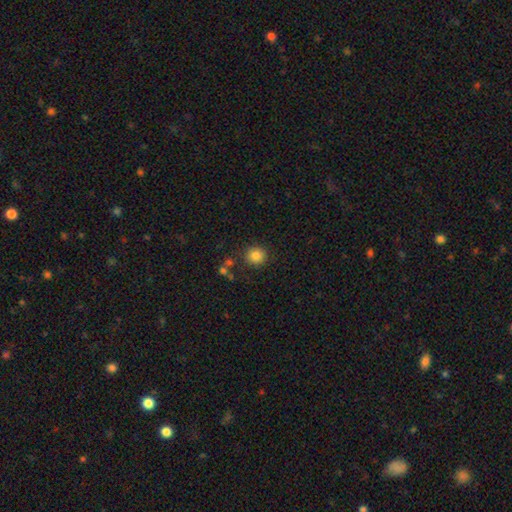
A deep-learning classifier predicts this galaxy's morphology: This is clearly a smooth galaxy (85%). How rounded: clearly round (89%). Merging: clearly none (84%).